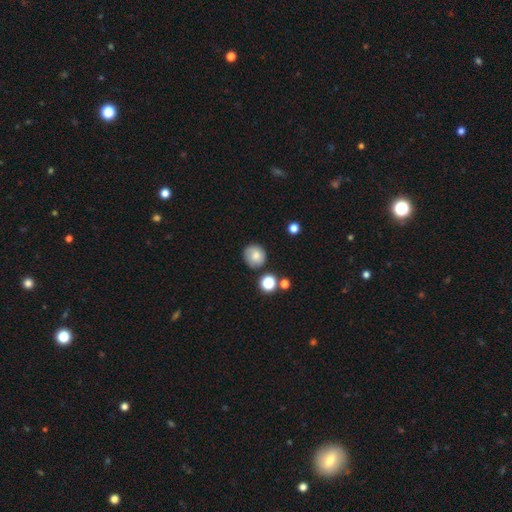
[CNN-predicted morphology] Smooth or featured? Predicted: smooth (p=0.77). How rounded? Predicted: round (p=0.87). Merging? Predicted: none (p=0.76).